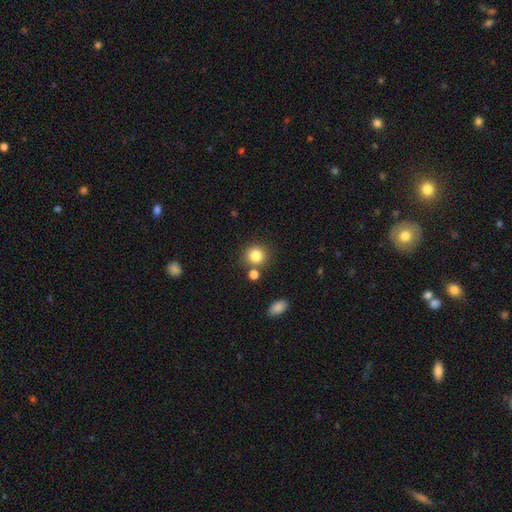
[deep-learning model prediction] Smooth or featured?
  - smooth: 84% *
  - star or artifact: 10%
  - featured or disk: 6%
How rounded?
  - round: 88% *
  - in between: 11%
  - cigar-shaped: 1%
Merging?
  - none: 76% *
  - merger: 12%
  - minor disturbance: 9%
  - major disturbance: 3%